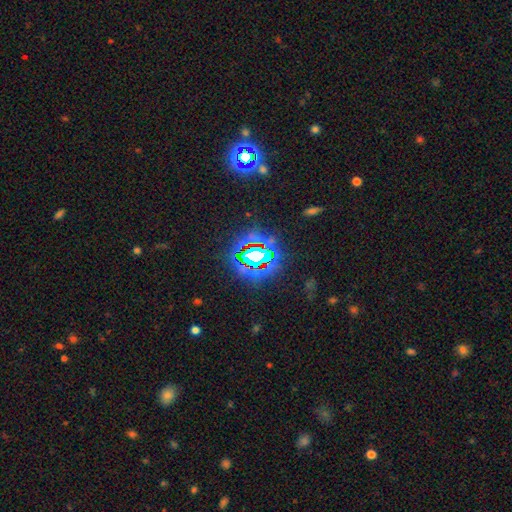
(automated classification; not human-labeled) Smooth or featured?
  - star or artifact: 73% *
  - smooth: 16%
  - featured or disk: 11%